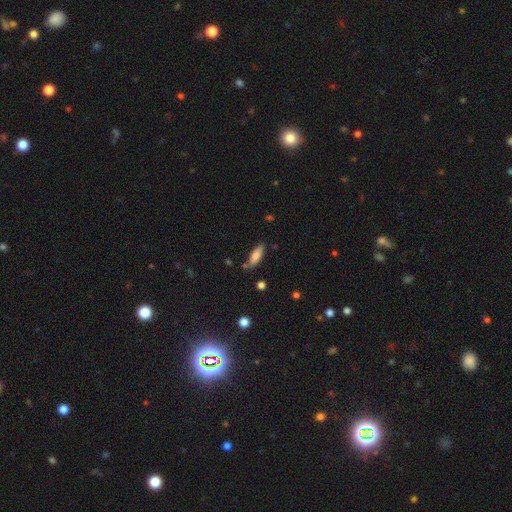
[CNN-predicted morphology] A smooth galaxy with no disk features (78%) that is in between round and cigar-shaped (57%).

Vote fractions:
- Smooth or featured? smooth: 78% / featured or disk: 14% / star or artifact: 7%
- How rounded? in between: 57% / cigar-shaped: 41% / round: 2%
- Merging? none: 75% / minor disturbance: 16% / merger: 5% / major disturbance: 3%